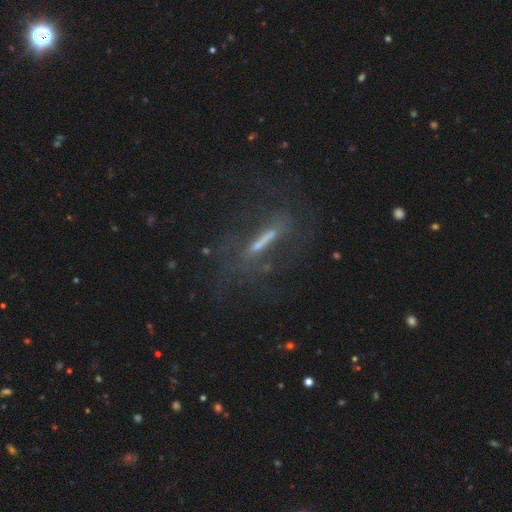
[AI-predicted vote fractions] This is possibly a featured or disk galaxy (57%). It is possibly viewed edge-on (53%). Merging: likely none (67%).